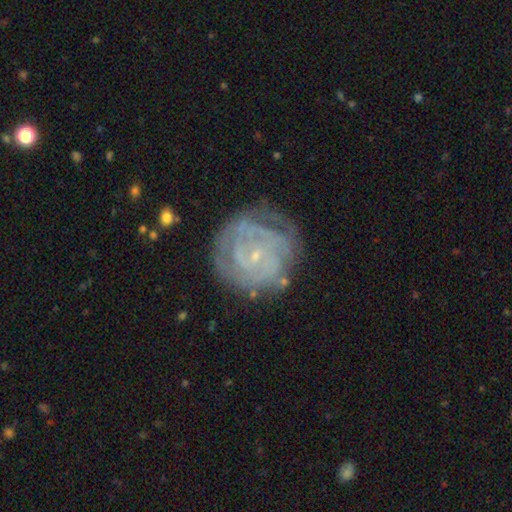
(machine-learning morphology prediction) type=featured or disk (81%); edge-on=no (98%); bar=no (68%); spiral arms=yes (92%); winding=tight (77%); arm count=can't tell (39%); bulge=small (85%); merging=none (70%).